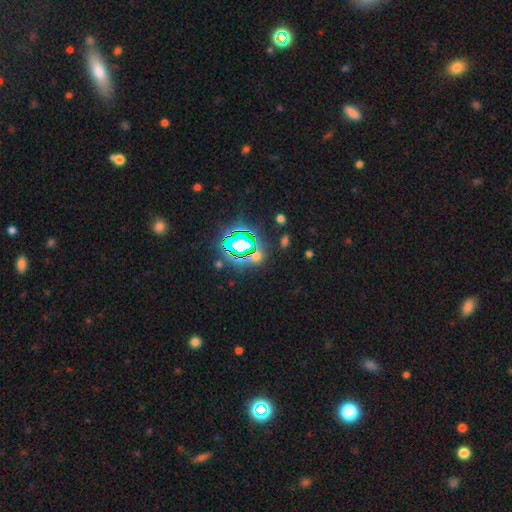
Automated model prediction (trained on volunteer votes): star or artifact 67%, smooth 23%, featured or disk 10%.